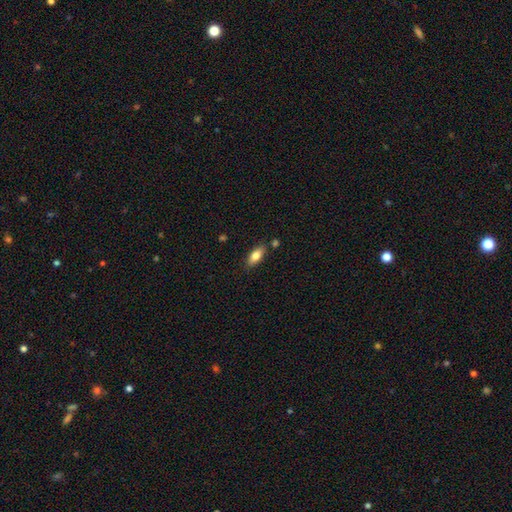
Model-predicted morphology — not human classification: Overall: smooth (78%). How rounded: in between (81%). Merging: none (81%).